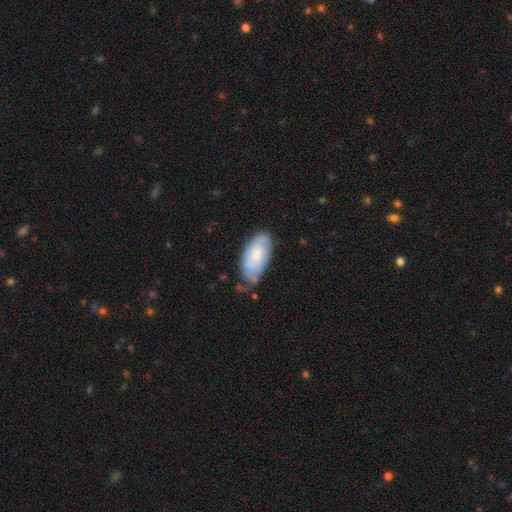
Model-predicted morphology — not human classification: smooth 59%, featured or disk 35%, star or artifact 6%. Down the decision tree: how rounded — in between (91%); merging — none (57%).